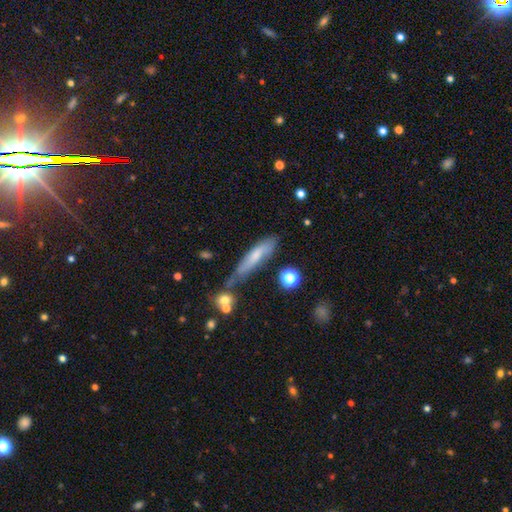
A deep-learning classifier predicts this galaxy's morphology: type=smooth (60%); roundness=cigar-shaped (77%); merging=none (50%).